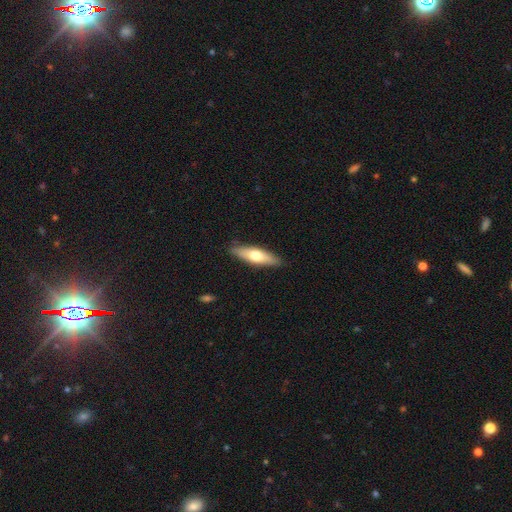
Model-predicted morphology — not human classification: This is possibly a smooth galaxy (58%). How rounded: possibly cigar-shaped (59%). Merging: clearly none (87%).